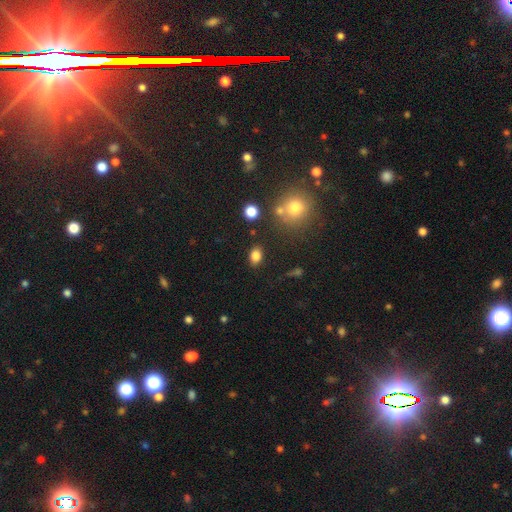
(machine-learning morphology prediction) Smooth or featured? Predicted: smooth (p=0.83). How rounded? Predicted: in between (p=0.78). Merging? Predicted: none (p=0.84).